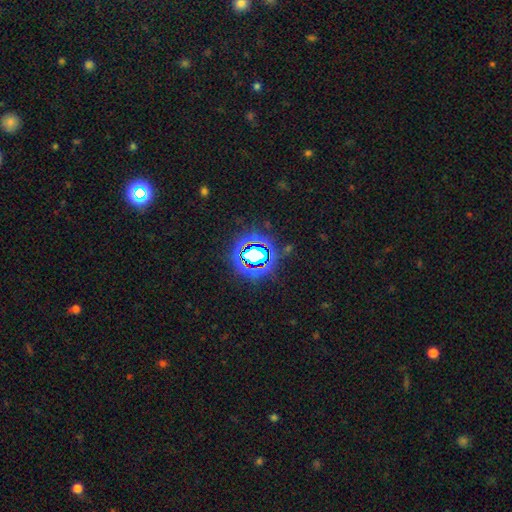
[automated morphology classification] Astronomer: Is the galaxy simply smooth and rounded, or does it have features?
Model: star or artifact — 72%.